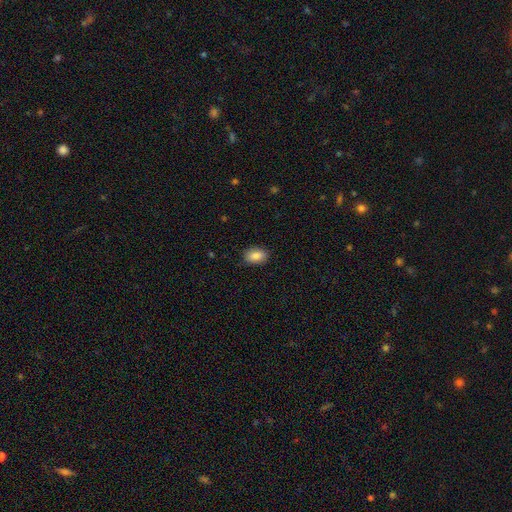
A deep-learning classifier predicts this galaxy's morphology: A smooth galaxy with no disk features (86%) that is in between round and cigar-shaped (88%).

Vote fractions:
- Smooth or featured? smooth: 86% / star or artifact: 8% / featured or disk: 6%
- How rounded? in between: 88% / round: 11% / cigar-shaped: 2%
- Merging? none: 87% / minor disturbance: 10% / major disturbance: 2% / merger: 1%